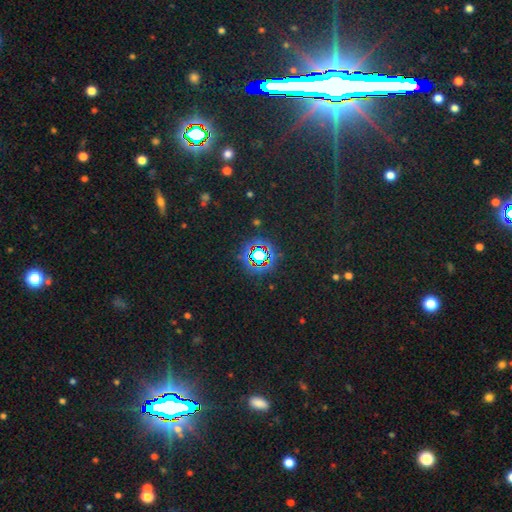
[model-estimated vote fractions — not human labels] This is likely a star or artifact rather than a galaxy (75%).